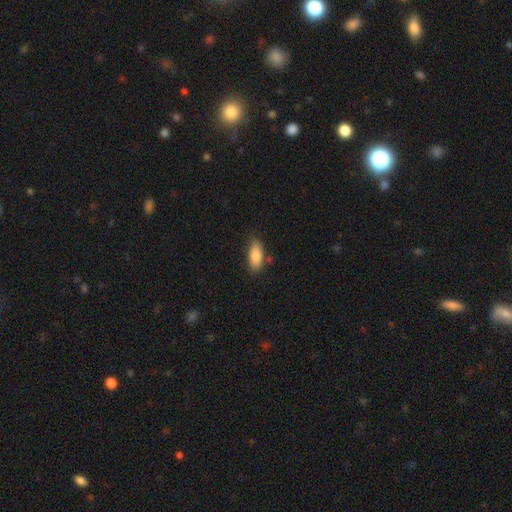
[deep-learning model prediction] smooth-or-featured: smooth: 86% | featured or disk: 8% | star or artifact: 7%
  how-rounded: in between: 86% | cigar-shaped: 12% | round: 2%
  merging: none: 76% | minor disturbance: 17% | merger: 4% | major disturbance: 3%